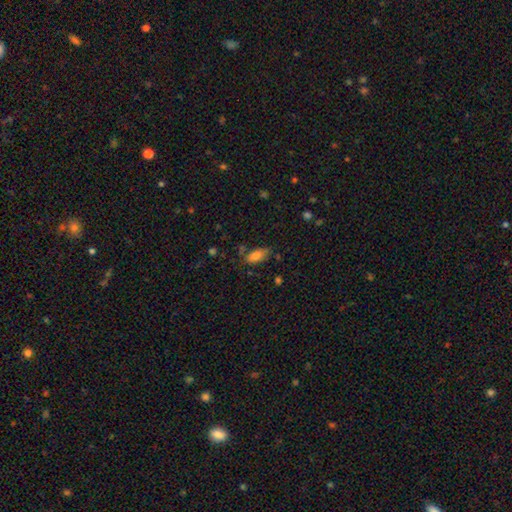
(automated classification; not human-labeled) A smooth galaxy with no disk features (79%) that is in between round and cigar-shaped (88%). Merging: none (66%).